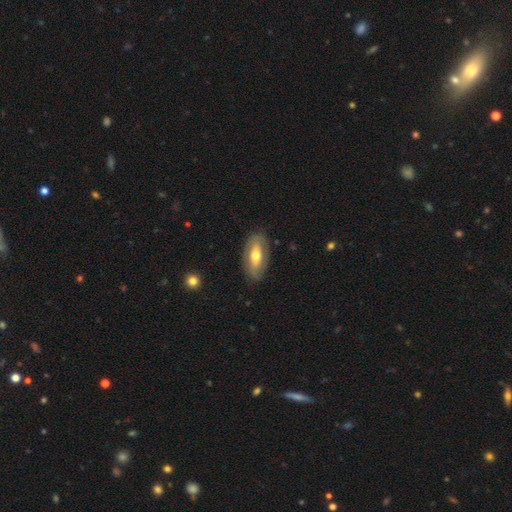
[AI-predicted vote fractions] smooth-or-featured: smooth: 50% | featured or disk: 44% | star or artifact: 6%
  how-rounded: in between: 86% | cigar-shaped: 10% | round: 4%
  merging: none: 82% | minor disturbance: 13% | major disturbance: 4% | merger: 1%